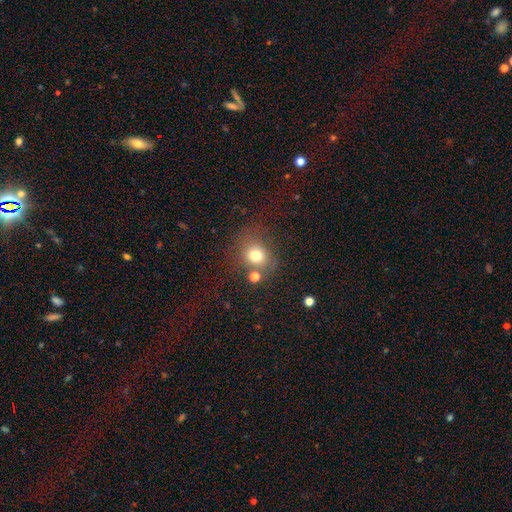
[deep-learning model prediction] smooth_or_featured: smooth (p=0.75) [alt: star or artifact p=0.15]
how_rounded: round (p=0.74) [alt: in between p=0.26]
merging: none (p=0.66) [alt: minor disturbance p=0.14]